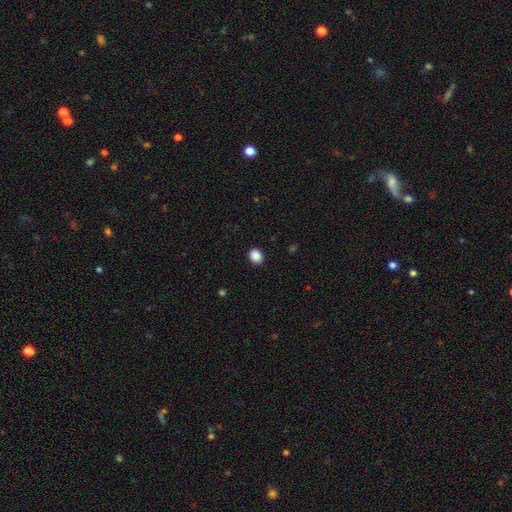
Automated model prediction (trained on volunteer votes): The model was most divided on "how rounded": round: 60%, in between: 39%, cigar-shaped: 1%. More confident: merging — none (91%); smooth or featured — smooth (89%).